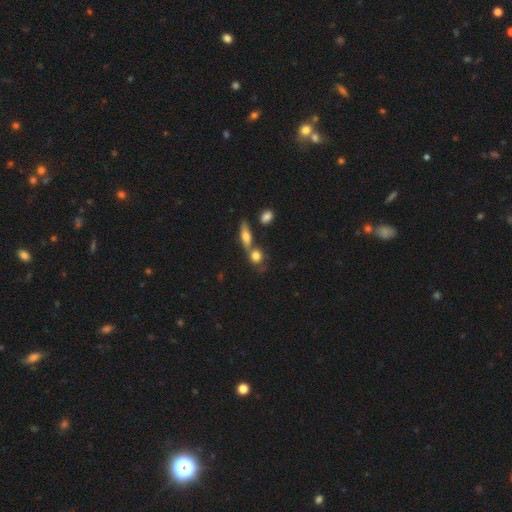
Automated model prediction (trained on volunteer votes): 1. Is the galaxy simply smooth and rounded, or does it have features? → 72% smooth, 18% featured or disk, 9% star or artifact.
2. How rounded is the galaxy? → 57% round, 35% in between, 8% cigar-shaped.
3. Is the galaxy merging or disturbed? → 43% none, 40% merger, 12% minor disturbance, 5% major disturbance.